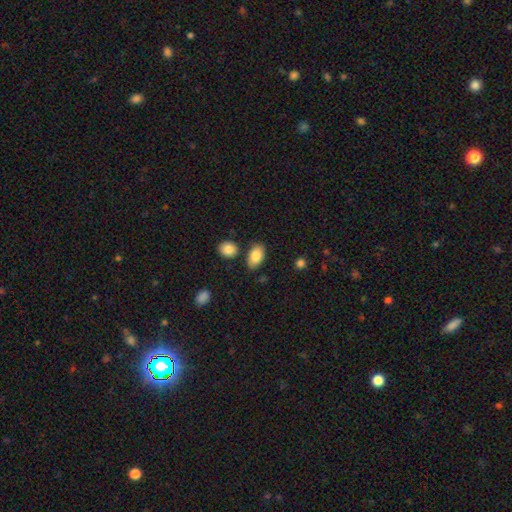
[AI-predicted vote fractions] A smooth galaxy with no disk features (85%) that is in between round and cigar-shaped (92%).

Vote fractions:
- Smooth or featured? smooth: 85% / featured or disk: 8% / star or artifact: 7%
- How rounded? in between: 92% / round: 6% / cigar-shaped: 2%
- Merging? none: 77% / minor disturbance: 13% / merger: 7% / major disturbance: 3%